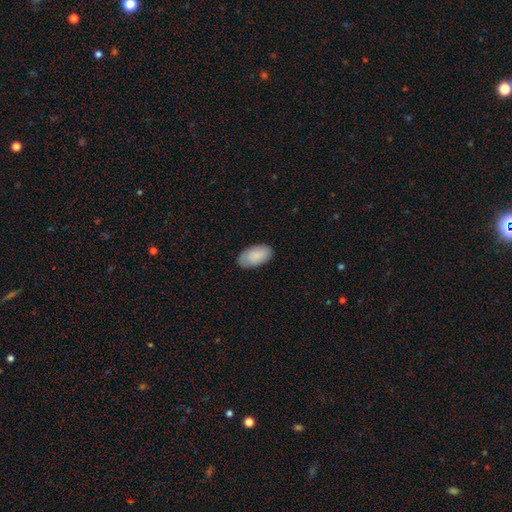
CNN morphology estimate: smooth_or_featured: smooth (p=0.88) [alt: featured or disk p=0.06]
how_rounded: in between (p=0.96) [alt: round p=0.03]
merging: none (p=0.86) [alt: minor disturbance p=0.11]